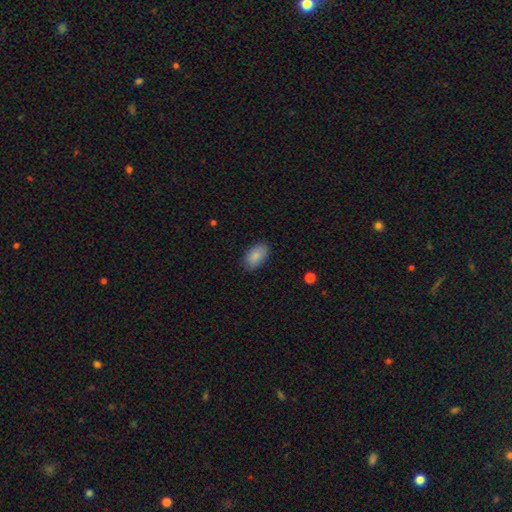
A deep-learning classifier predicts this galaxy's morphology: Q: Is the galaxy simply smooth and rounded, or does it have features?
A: smooth — 87%.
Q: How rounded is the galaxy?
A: in between — 93%.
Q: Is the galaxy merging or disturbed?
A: none — 85%.